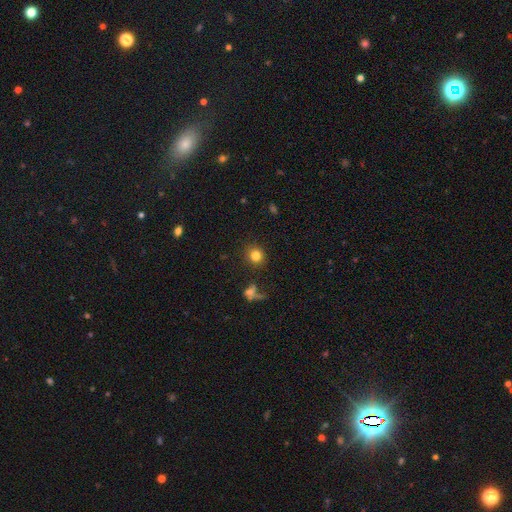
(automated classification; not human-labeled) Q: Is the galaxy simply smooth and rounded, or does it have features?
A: smooth — 81%.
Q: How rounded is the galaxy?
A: round — 88%.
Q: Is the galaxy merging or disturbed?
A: none — 86%.